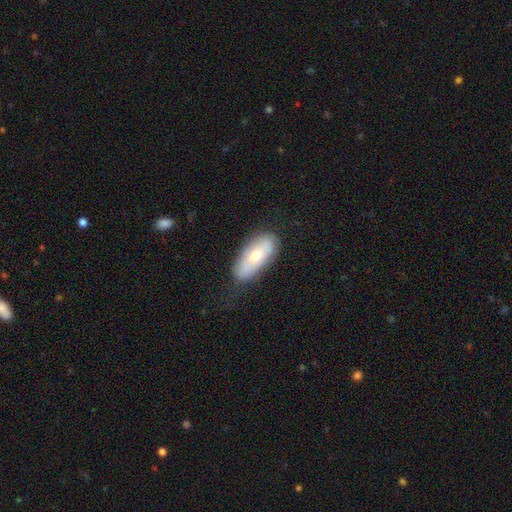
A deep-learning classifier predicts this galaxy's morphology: Smooth or featured: smooth — 60% (featured or disk — 34%)
How rounded: in between — 85% (cigar-shaped — 13%)
Merging: none — 73% (minor disturbance — 20%)